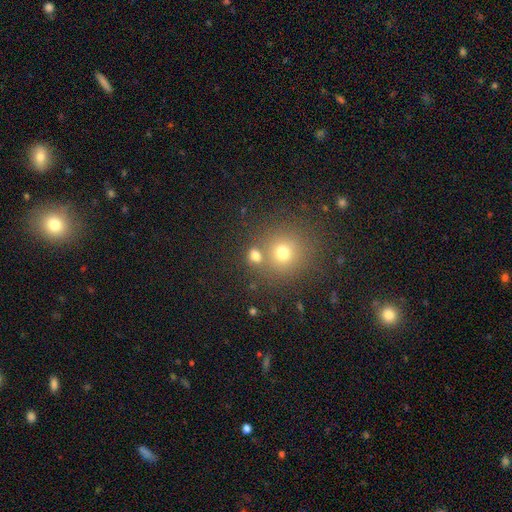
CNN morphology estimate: smooth-or-featured: smooth: 71% | star or artifact: 20% | featured or disk: 9%
  how-rounded: round: 67% | in between: 32% | cigar-shaped: 2%
  merging: none: 60% | merger: 26% | minor disturbance: 9% | major disturbance: 5%